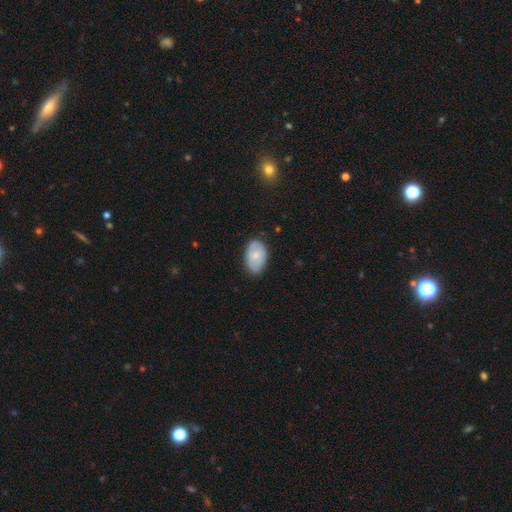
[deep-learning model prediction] A smooth galaxy with no disk features (65%) that is in between round and cigar-shaped (92%).

Vote fractions:
- Smooth or featured? smooth: 65% / featured or disk: 29% / star or artifact: 6%
- How rounded? in between: 92% / round: 7% / cigar-shaped: 1%
- Merging? none: 74% / minor disturbance: 22% / major disturbance: 4% / merger: 1%